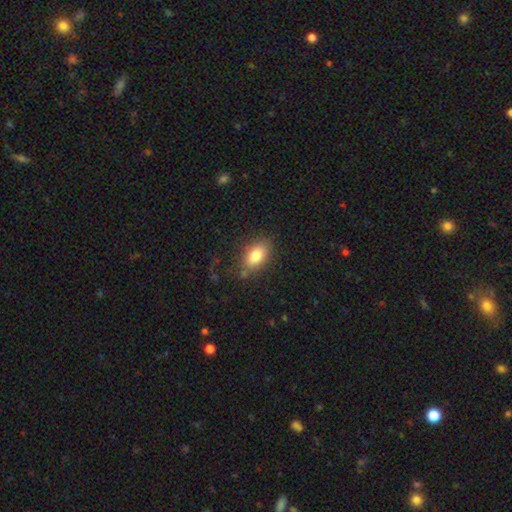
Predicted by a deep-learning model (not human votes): Smooth or featured? smooth (83%)
How rounded? in between (90%)
Merging? none (77%)